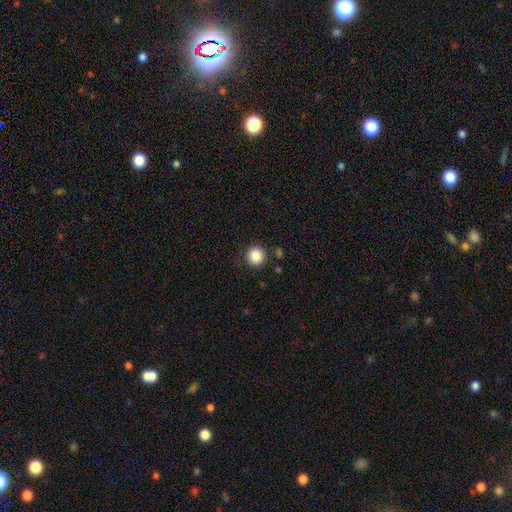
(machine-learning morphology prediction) smooth_or_featured: smooth (p=0.87) [alt: star or artifact p=0.10]
how_rounded: round (p=0.94) [alt: in between p=0.05]
merging: none (p=0.88) [alt: minor disturbance p=0.07]